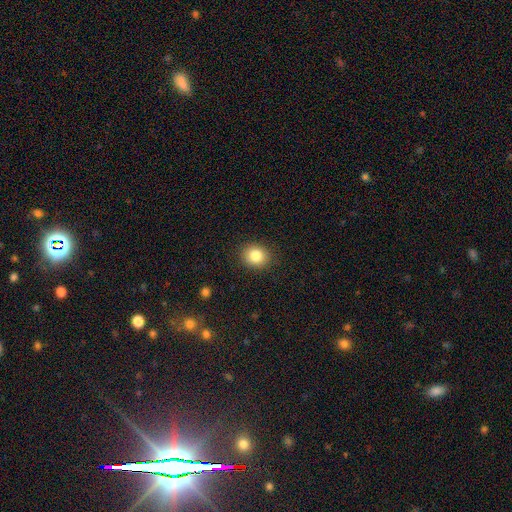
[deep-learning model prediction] Smooth or featured?
  - smooth: 84% *
  - star or artifact: 10%
  - featured or disk: 7%
How rounded?
  - round: 68% *
  - in between: 31%
  - cigar-shaped: 1%
Merging?
  - none: 89% *
  - minor disturbance: 8%
  - major disturbance: 2%
  - merger: 1%